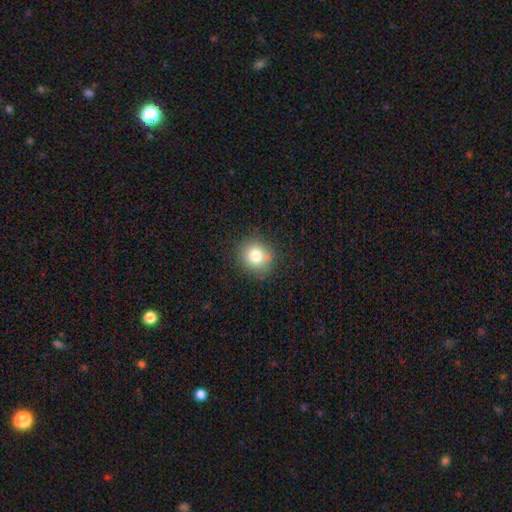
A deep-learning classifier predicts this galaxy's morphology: This appears to be a smooth galaxy with no disk features (78%) that is round (84%). Merging: none (84%).